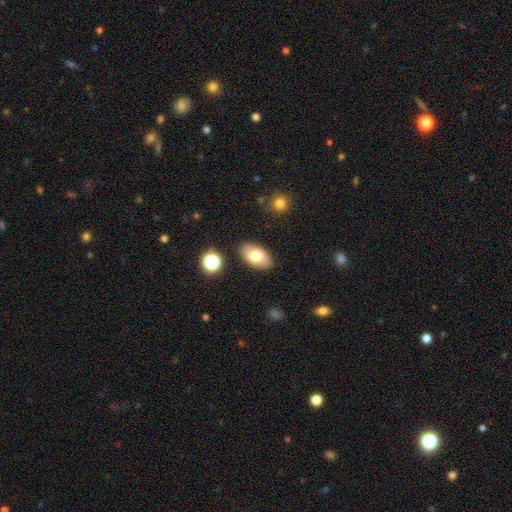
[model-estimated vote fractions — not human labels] This appears to be a smooth galaxy with no disk features (74%) that is in between round and cigar-shaped (93%). Merging: none (85%).